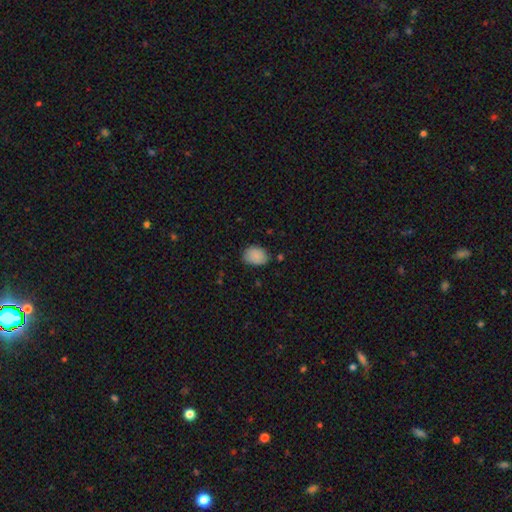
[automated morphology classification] This appears to be a smooth galaxy with no disk features (87%) that is in between round and cigar-shaped (73%). Merging: none (69%).